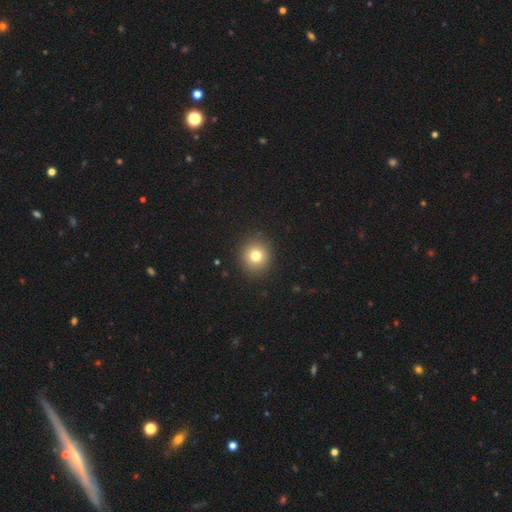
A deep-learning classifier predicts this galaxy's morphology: Overall: smooth (78%). How rounded: round (90%). Merging: none (91%).